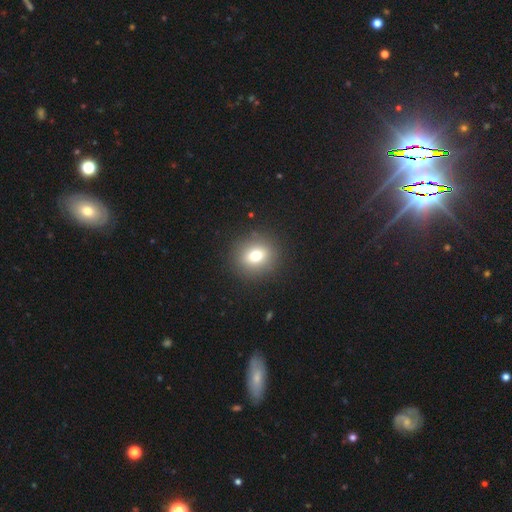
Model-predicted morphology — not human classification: Q: Smooth or featured?
A: smooth (73%); runner-up: featured or disk (13%)
Q: How rounded?
A: round (79%); runner-up: in between (20%)
Q: Merging?
A: none (90%); runner-up: minor disturbance (6%)